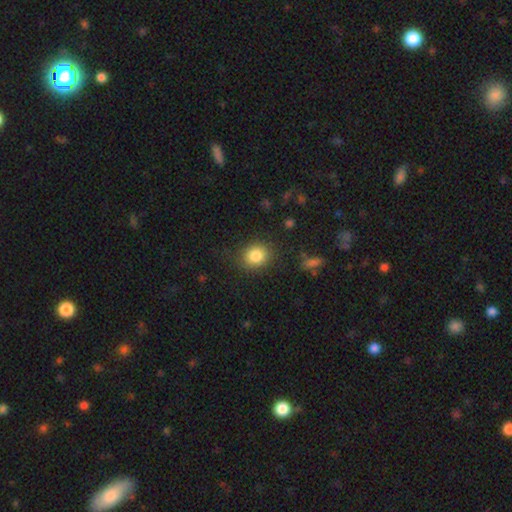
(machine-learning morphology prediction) Smooth or featured?
  - smooth: 85% *
  - star or artifact: 10%
  - featured or disk: 6%
How rounded?
  - round: 70% *
  - in between: 29%
  - cigar-shaped: 1%
Merging?
  - none: 83% *
  - minor disturbance: 12%
  - major disturbance: 4%
  - merger: 2%